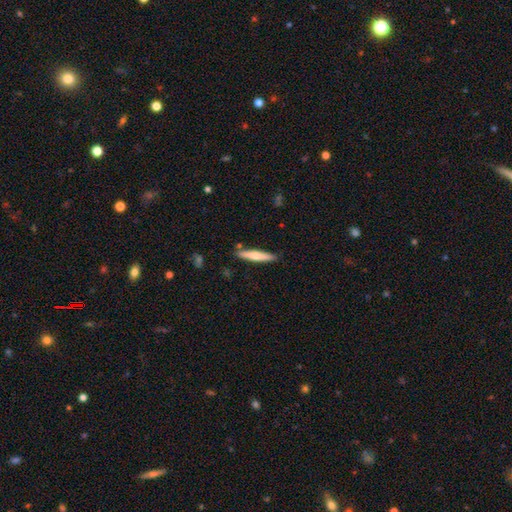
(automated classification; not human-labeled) The model was most divided on "smooth or featured": smooth: 62%, featured or disk: 33%, star or artifact: 5%. More confident: how rounded — cigar-shaped (91%); merging — none (86%).